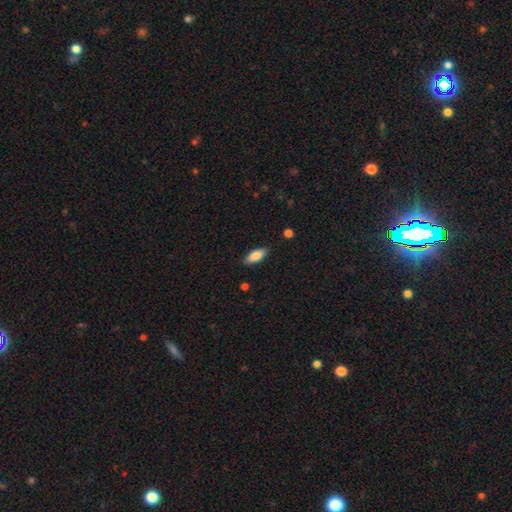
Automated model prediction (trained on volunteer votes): A smooth galaxy with no disk features (86%) that is in between round and cigar-shaped (80%).

Vote fractions:
- Smooth or featured? smooth: 86% / featured or disk: 7% / star or artifact: 6%
- How rounded? in between: 80% / cigar-shaped: 18% / round: 2%
- Merging? none: 86% / minor disturbance: 10% / major disturbance: 2% / merger: 1%